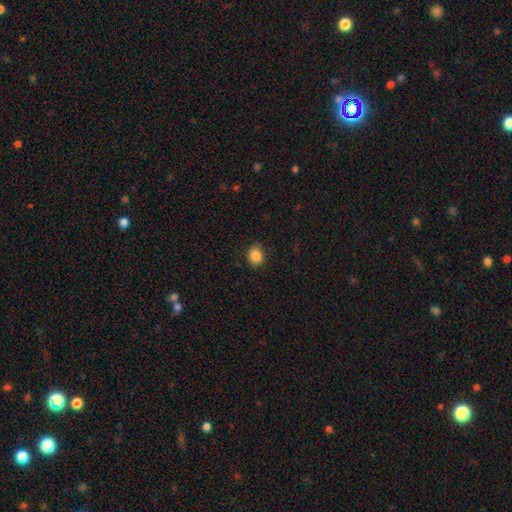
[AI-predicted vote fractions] Smooth or featured?
  - smooth: 86% *
  - star or artifact: 10%
  - featured or disk: 4%
How rounded?
  - round: 57% *
  - in between: 43%
  - cigar-shaped: 1%
Merging?
  - none: 85% *
  - minor disturbance: 12%
  - major disturbance: 2%
  - merger: 1%